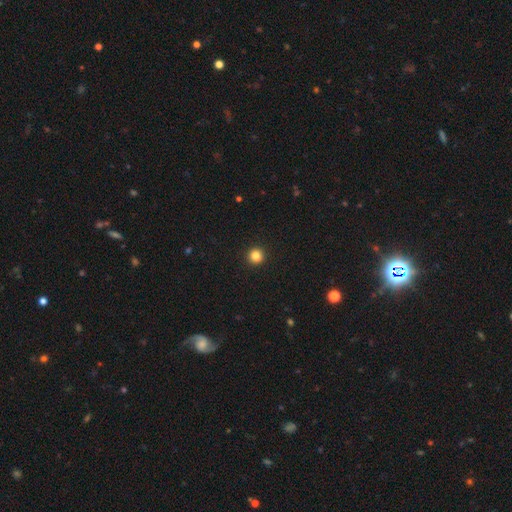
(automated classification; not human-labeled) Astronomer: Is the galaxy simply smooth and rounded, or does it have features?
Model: smooth — 85%.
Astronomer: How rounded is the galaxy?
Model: round — 95%.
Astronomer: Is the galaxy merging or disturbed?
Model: none — 94%.